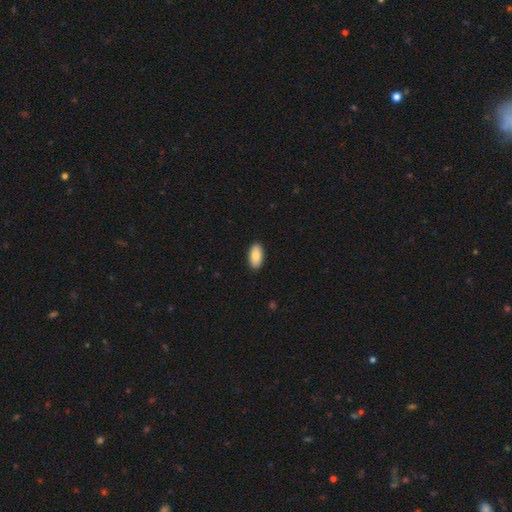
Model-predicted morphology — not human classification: Smooth or featured?
  - smooth: 86% *
  - featured or disk: 8%
  - star or artifact: 6%
How rounded?
  - in between: 94% *
  - cigar-shaped: 4%
  - round: 2%
Merging?
  - none: 91% *
  - minor disturbance: 7%
  - major disturbance: 2%
  - merger: 1%